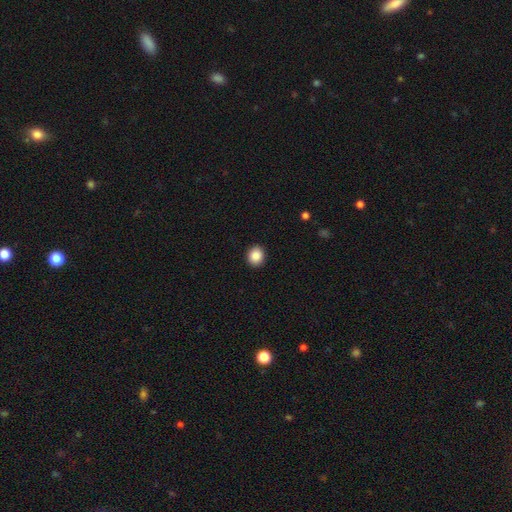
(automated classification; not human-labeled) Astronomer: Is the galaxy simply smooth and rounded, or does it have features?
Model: smooth — 88%.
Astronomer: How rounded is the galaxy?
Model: round — 71%.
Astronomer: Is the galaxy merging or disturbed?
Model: none — 92%.